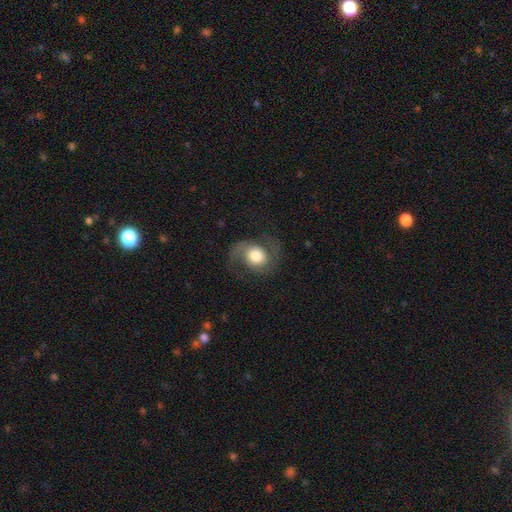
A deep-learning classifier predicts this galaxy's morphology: A featured or disk galaxy (70%) with no bar (71%), 2 (88%) medium (47%) spiral arms (93%) and a large central bulge (44%).

Vote fractions:
- Smooth or featured? featured or disk: 70% / smooth: 23% / star or artifact: 7%
- Edge-on disk? no: 98% / yes: 2%
- Bar? no: 71% / weak: 23% / strong: 5%
- Spiral arms? yes: 93% / no: 7%
- Spiral winding? medium: 47% / loose: 40% / tight: 13%
- Spiral arm count? 2: 88% / 1: 6% / can't tell: 3% / 3: 1% / 4: 1% / more than 4: 1%
- Bulge size? large: 44% / moderate: 39% / dominant: 11% / small: 5% / none: 2%
- Merging? none: 66% / minor disturbance: 17% / major disturbance: 16% / merger: 1%